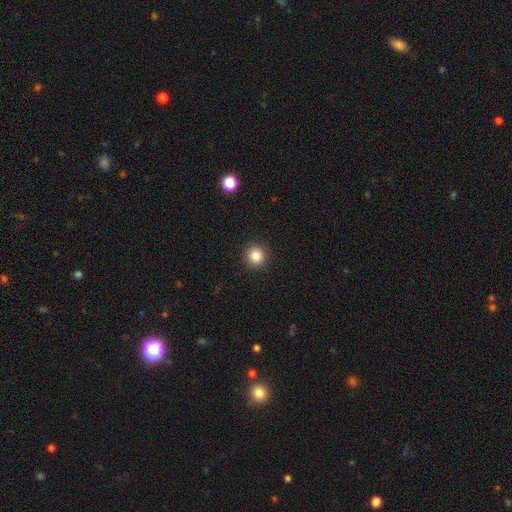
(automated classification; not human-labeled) Smooth or featured? Predicted: smooth (p=0.84). How rounded? Predicted: round (p=0.94). Merging? Predicted: none (p=0.93).